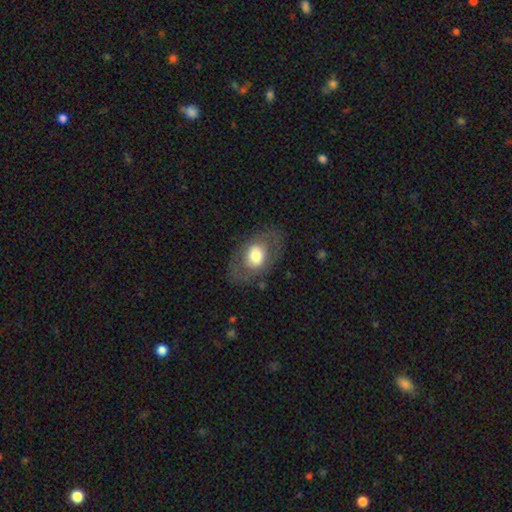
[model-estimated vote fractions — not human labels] Smooth or featured?
  - smooth: 58% *
  - featured or disk: 34%
  - star or artifact: 7%
How rounded?
  - in between: 74% *
  - round: 25%
  - cigar-shaped: 1%
Merging?
  - none: 76% *
  - minor disturbance: 14%
  - major disturbance: 9%
  - merger: 1%